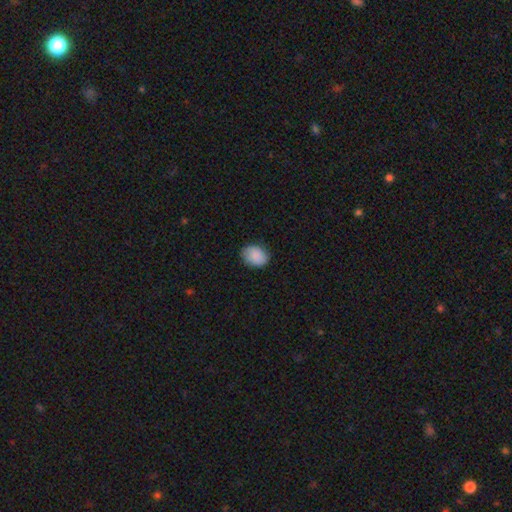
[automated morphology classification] type=smooth (89%); roundness=in between (56%); merging=none (83%).